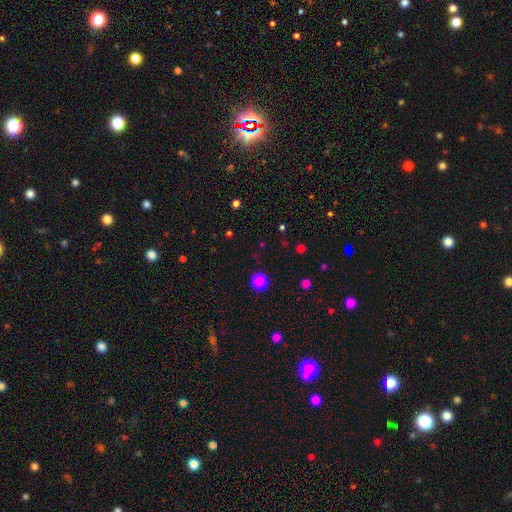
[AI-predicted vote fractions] Smooth or featured? smooth (81%)
How rounded? round (93%)
Merging? none (92%)